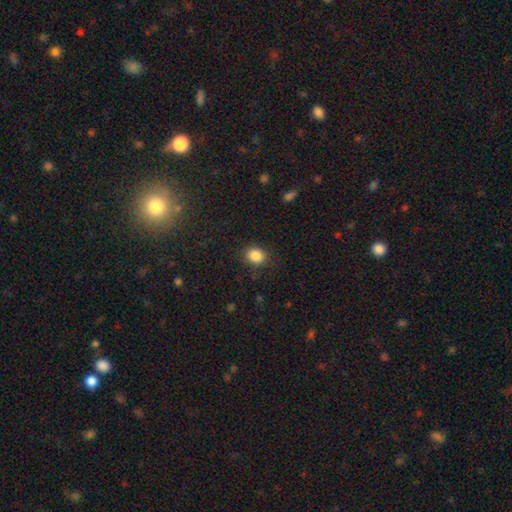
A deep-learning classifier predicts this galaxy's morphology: Smooth or featured? Predicted: smooth (p=0.86). How rounded? Predicted: round (p=0.55). Merging? Predicted: none (p=0.85).